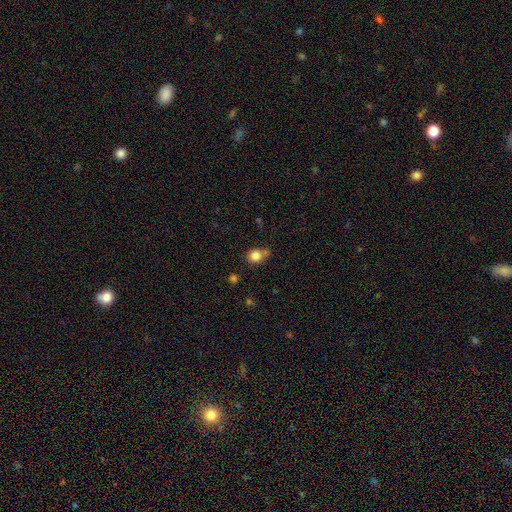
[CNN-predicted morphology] Smooth or featured? Predicted: smooth (p=0.83). How rounded? Predicted: round (p=0.71). Merging? Predicted: none (p=0.57).